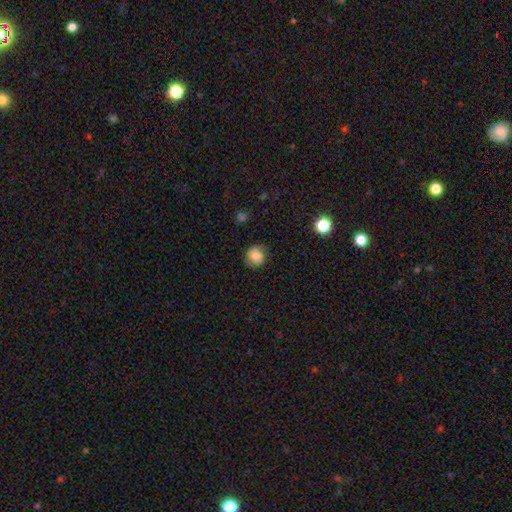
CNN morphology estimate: Smooth or featured? Predicted: smooth (p=0.79). How rounded? Predicted: round (p=0.82). Merging? Predicted: none (p=0.78).